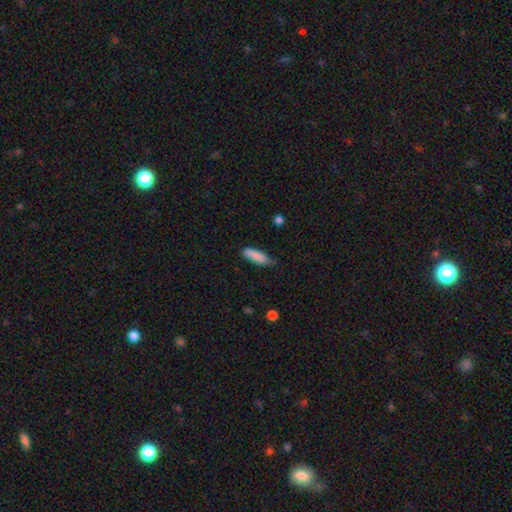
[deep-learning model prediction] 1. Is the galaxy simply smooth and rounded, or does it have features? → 85% smooth, 9% featured or disk, 7% star or artifact.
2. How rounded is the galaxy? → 52% cigar-shaped, 46% in between, 2% round.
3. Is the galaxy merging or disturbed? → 60% none, 32% minor disturbance, 5% major disturbance, 2% merger.